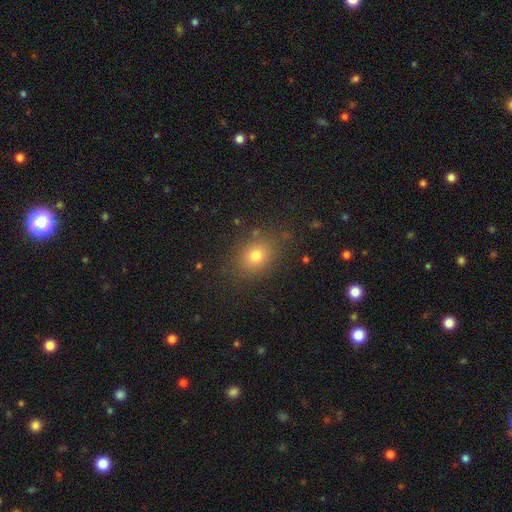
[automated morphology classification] The model was most divided on "how rounded": round: 52%, in between: 47%, cigar-shaped: 1%. More confident: merging — none (83%); smooth or featured — smooth (76%).